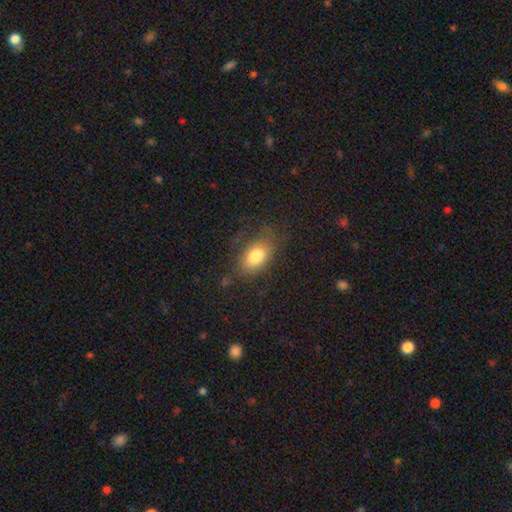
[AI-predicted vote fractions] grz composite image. It shows a smooth galaxy with no disk features (75%) that is in between round and cigar-shaped (85%). Merging: none (68%).